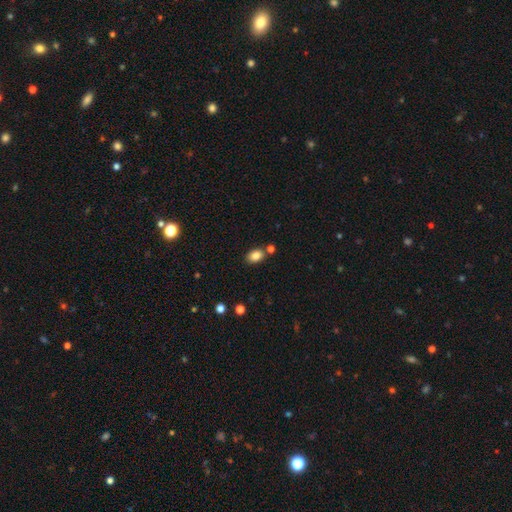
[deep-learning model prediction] A smooth galaxy with no disk features (84%) that is in between round and cigar-shaped (84%). Merging: none (75%).